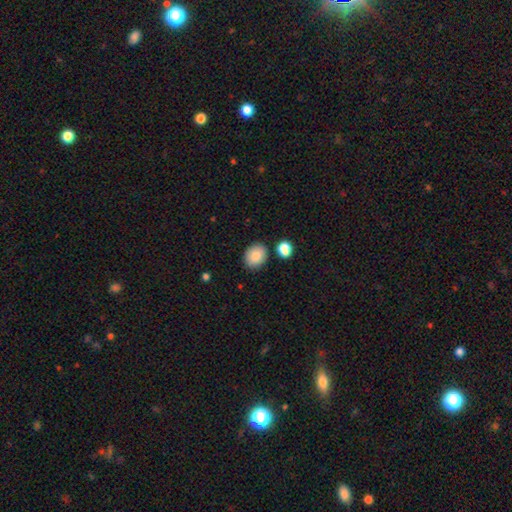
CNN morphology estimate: A smooth galaxy with no disk features (87%) that is in between round and cigar-shaped (57%). Merging: none (83%).